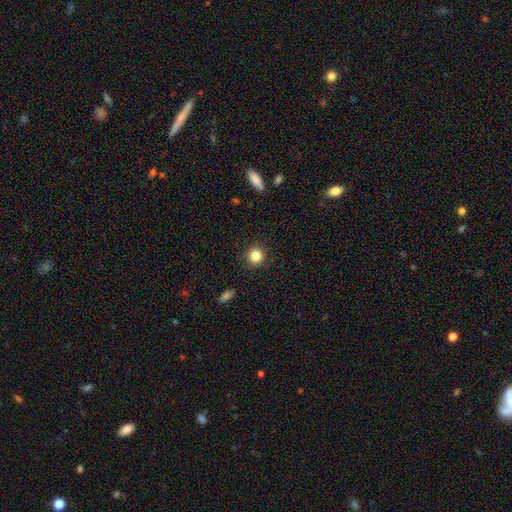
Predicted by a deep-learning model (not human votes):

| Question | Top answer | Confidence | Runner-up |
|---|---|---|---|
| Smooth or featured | smooth | 84% | star or artifact (11%) |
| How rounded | round | 91% | in between (8%) |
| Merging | none | 91% | minor disturbance (6%) |